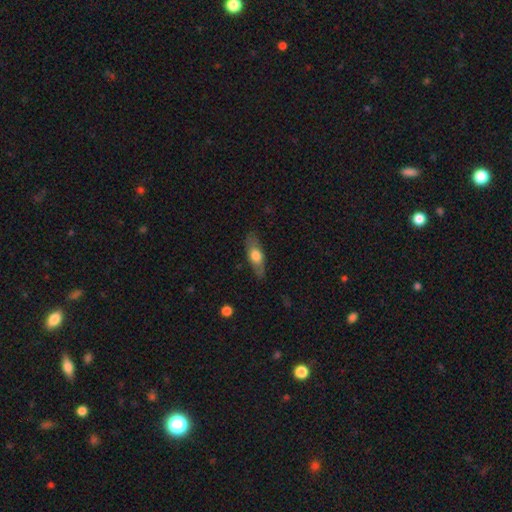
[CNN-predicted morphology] Smooth or featured?
  - smooth: 58% *
  - featured or disk: 36%
  - star or artifact: 6%
How rounded?
  - in between: 60% *
  - cigar-shaped: 36%
  - round: 4%
Merging?
  - none: 80% *
  - minor disturbance: 15%
  - major disturbance: 4%
  - merger: 1%